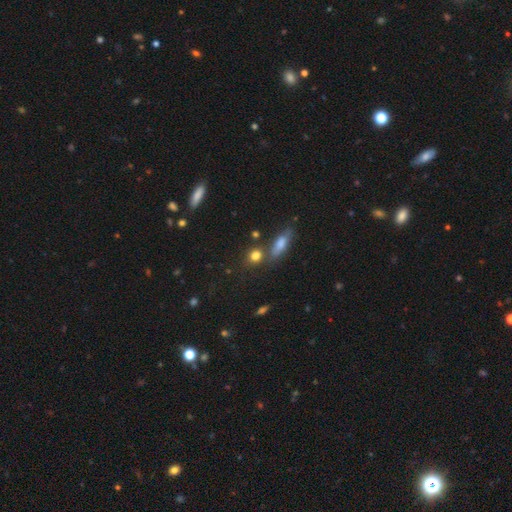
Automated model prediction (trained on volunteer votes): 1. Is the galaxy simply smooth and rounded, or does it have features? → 79% smooth, 13% star or artifact, 8% featured or disk.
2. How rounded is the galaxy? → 63% round, 29% in between, 7% cigar-shaped.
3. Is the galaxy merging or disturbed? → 69% none, 15% merger, 12% minor disturbance, 4% major disturbance.